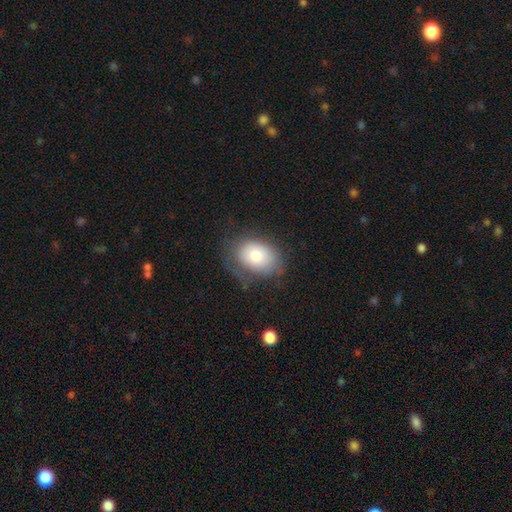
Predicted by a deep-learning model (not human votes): smooth_or_featured: smooth (p=0.73) [alt: featured or disk p=0.19]
how_rounded: in between (p=0.73) [alt: round p=0.26]
merging: none (p=0.60) [alt: minor disturbance p=0.26]